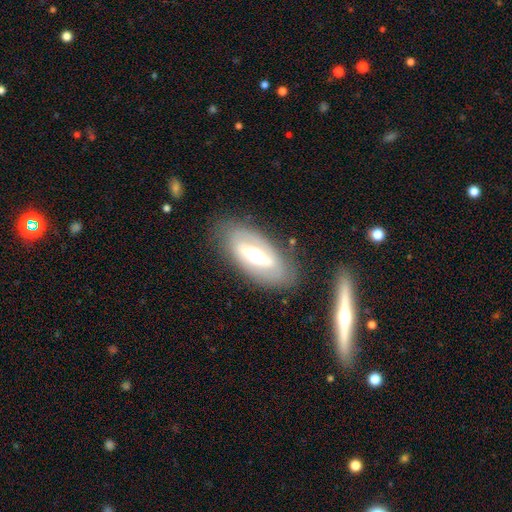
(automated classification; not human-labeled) Q: Smooth or featured?
A: featured or disk (68%); runner-up: smooth (26%)
Q: Edge-on disk?
A: no (73%); runner-up: yes (27%)
Q: Merging?
A: none (77%); runner-up: minor disturbance (14%)